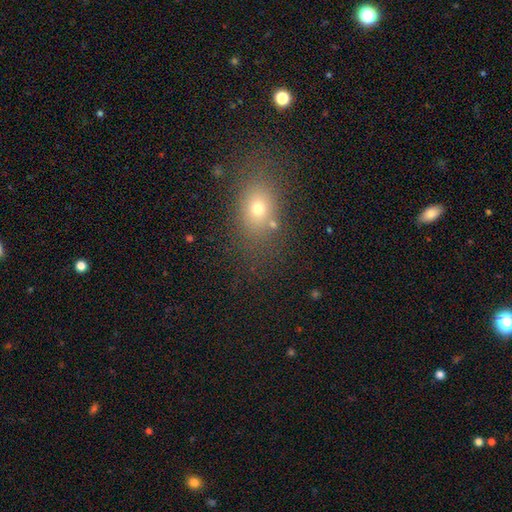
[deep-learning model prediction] Smooth or featured?
  - smooth: 62% *
  - star or artifact: 24%
  - featured or disk: 14%
How rounded?
  - in between: 62% *
  - round: 34%
  - cigar-shaped: 4%
Merging?
  - none: 77% *
  - minor disturbance: 11%
  - merger: 6%
  - major disturbance: 5%